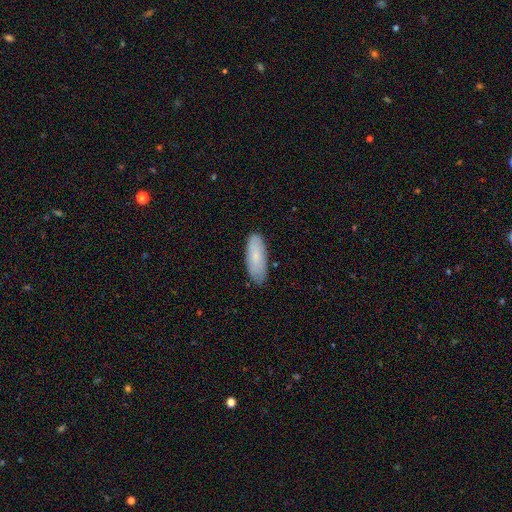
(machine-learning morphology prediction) Smooth or featured: smooth — 73% (featured or disk — 20%)
How rounded: in between — 72% (cigar-shaped — 26%)
Merging: none — 83% (minor disturbance — 14%)